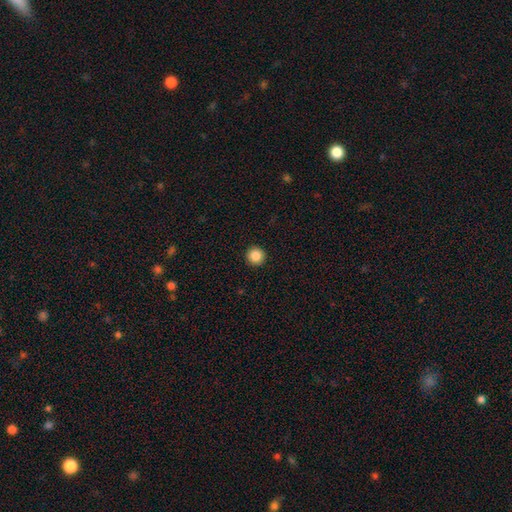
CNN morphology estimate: smooth_or_featured: smooth (p=0.86) [alt: star or artifact p=0.10]
how_rounded: round (p=0.96) [alt: in between p=0.03]
merging: none (p=0.94) [alt: minor disturbance p=0.04]